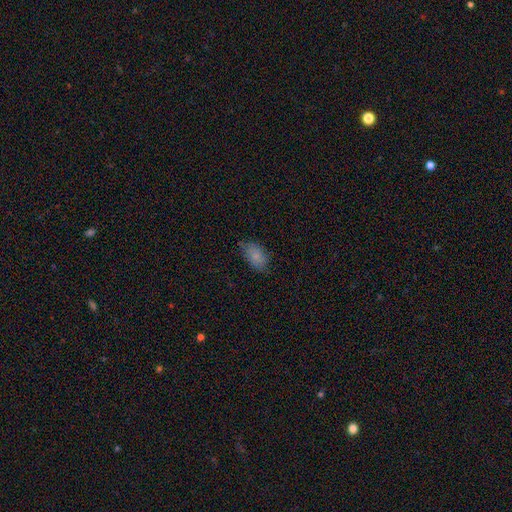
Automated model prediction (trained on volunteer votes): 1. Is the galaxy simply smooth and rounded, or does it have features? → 80% smooth, 12% featured or disk, 8% star or artifact.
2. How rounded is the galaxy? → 91% in between, 7% round, 2% cigar-shaped.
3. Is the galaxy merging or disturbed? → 67% none, 26% minor disturbance, 5% major disturbance, 1% merger.